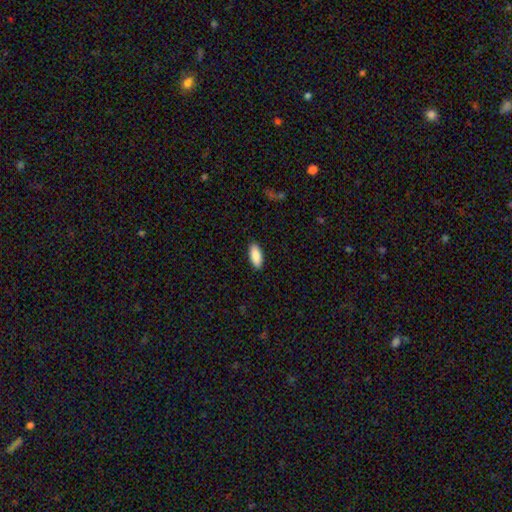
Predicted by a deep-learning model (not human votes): Smooth or featured? Predicted: smooth (p=0.90). How rounded? Predicted: in between (p=0.84). Merging? Predicted: none (p=0.89).